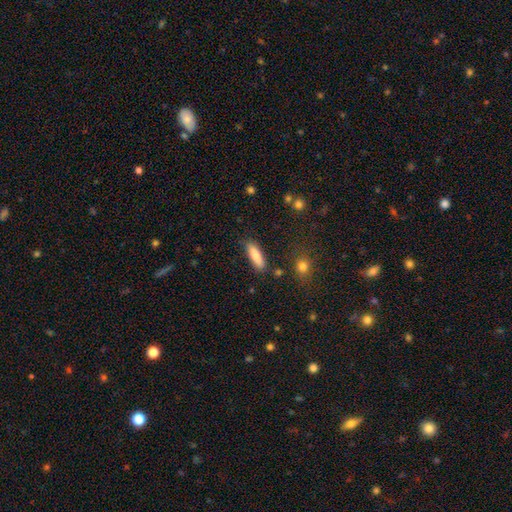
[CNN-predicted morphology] Smooth or featured? Predicted: smooth (p=0.84). How rounded? Predicted: cigar-shaped (p=0.62). Merging? Predicted: none (p=0.84).